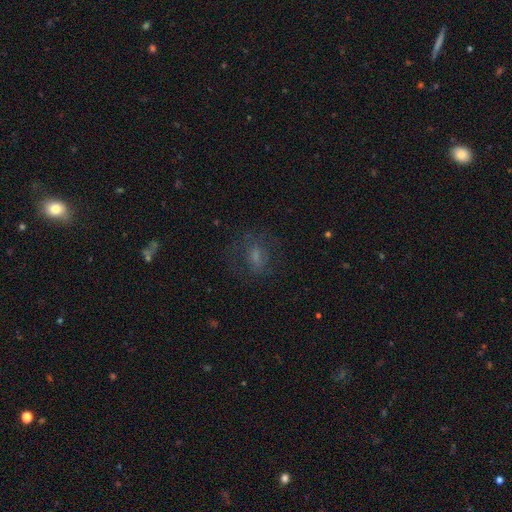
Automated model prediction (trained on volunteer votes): This appears to be a smooth galaxy with no disk features (48%). Merging: none (62%).